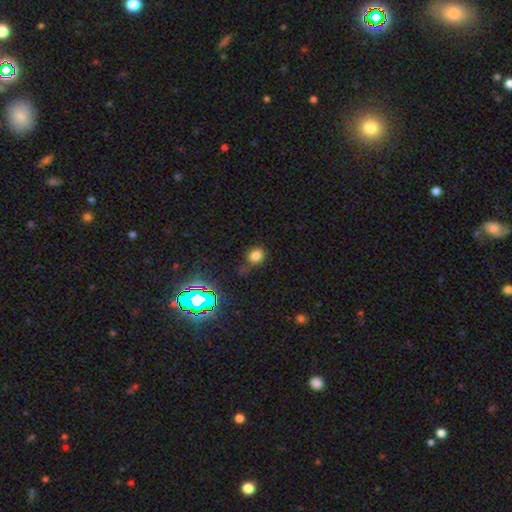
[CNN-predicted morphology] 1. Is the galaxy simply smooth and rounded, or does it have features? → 74% smooth, 20% star or artifact, 6% featured or disk.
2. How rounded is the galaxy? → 62% round, 37% in between, 1% cigar-shaped.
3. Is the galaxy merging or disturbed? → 68% none, 20% minor disturbance, 6% major disturbance, 6% merger.